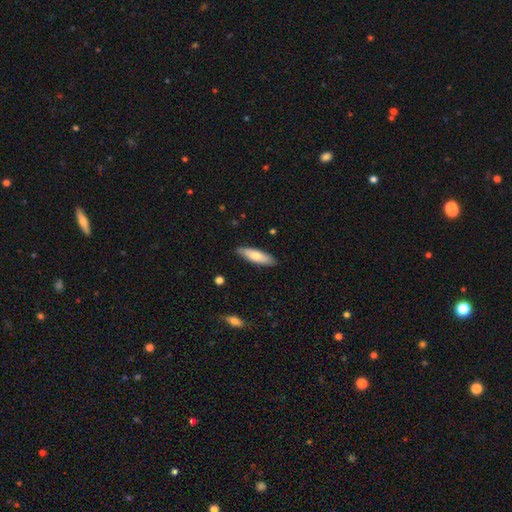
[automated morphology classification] Q: Smooth or featured?
A: smooth (74%); runner-up: featured or disk (21%)
Q: How rounded?
A: cigar-shaped (58%); runner-up: in between (40%)
Q: Merging?
A: none (86%); runner-up: minor disturbance (11%)